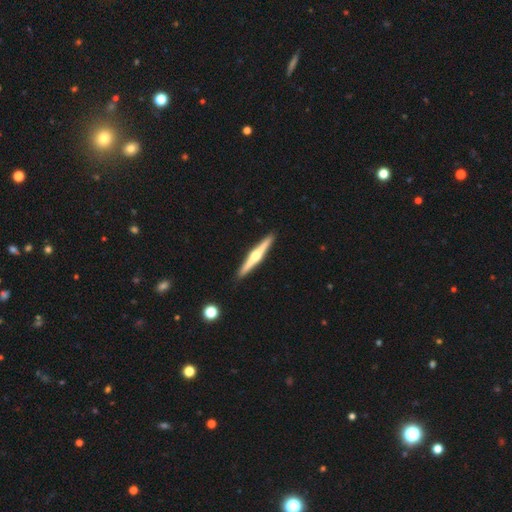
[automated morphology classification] A featured or disk galaxy (74%) viewed edge-on (98%) with a rounded central bulge (92%).

Vote fractions:
- Smooth or featured? featured or disk: 74% / smooth: 22% / star or artifact: 4%
- Edge-on disk? yes: 98% / no: 2%
- Edge-on bulge? rounded: 92% / none: 4% / boxy: 4%
- Merging? none: 92% / minor disturbance: 6% / merger: 1% / major disturbance: 1%